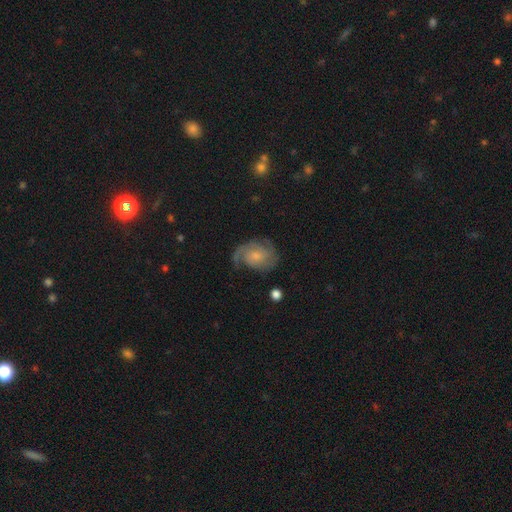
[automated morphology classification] This is likely a featured or disk galaxy (80%). It is clearly not viewed edge-on (97%). Bar: likely no (69%). Spiral arm pattern: clearly yes (95%). Spiral arm count: possibly 2 (56%). Spiral winding: marginally tight (45%). Central bulge: possibly small (52%). Merging: likely none (65%).